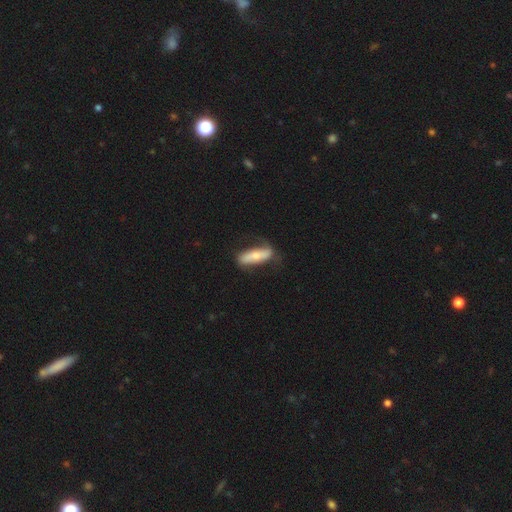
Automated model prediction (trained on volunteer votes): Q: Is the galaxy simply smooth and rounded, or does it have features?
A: smooth — 52%.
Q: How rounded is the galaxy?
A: cigar-shaped — 58%.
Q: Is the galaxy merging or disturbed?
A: none — 69%.